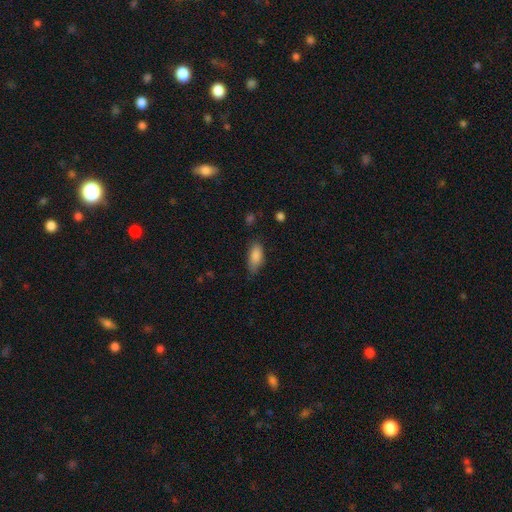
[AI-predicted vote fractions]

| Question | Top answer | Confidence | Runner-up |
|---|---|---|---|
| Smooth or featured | smooth | 86% | star or artifact (7%) |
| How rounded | in between | 85% | cigar-shaped (12%) |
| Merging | none | 69% | minor disturbance (25%) |